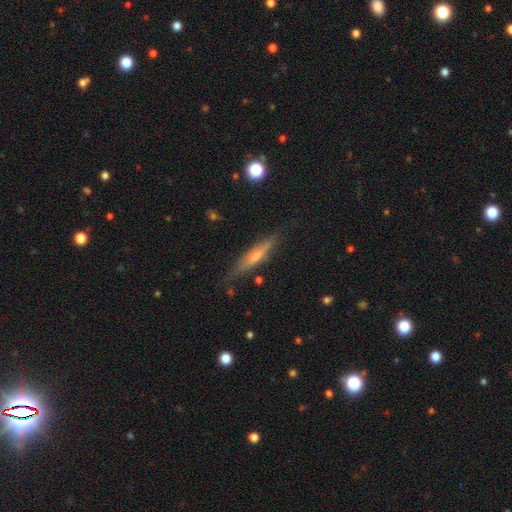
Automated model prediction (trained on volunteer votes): The model was most divided on "edge-on bulge": rounded: 52%, none: 36%, boxy: 11%. More confident: edge-on disk — yes (92%); merging — none (82%); smooth or featured — featured or disk (55%).